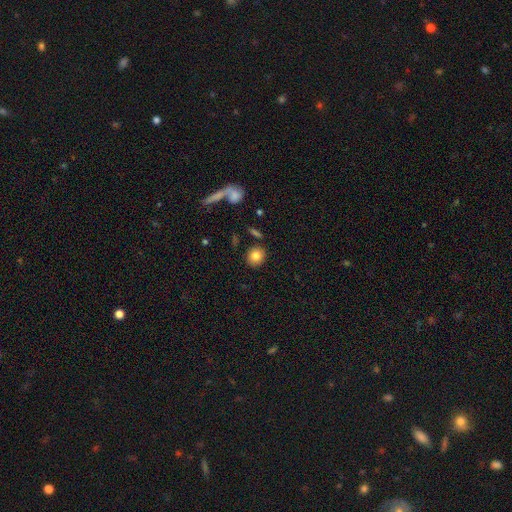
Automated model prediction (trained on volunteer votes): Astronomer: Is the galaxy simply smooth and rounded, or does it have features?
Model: smooth — 82%.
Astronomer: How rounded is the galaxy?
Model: round — 80%.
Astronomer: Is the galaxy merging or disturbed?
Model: none — 86%.